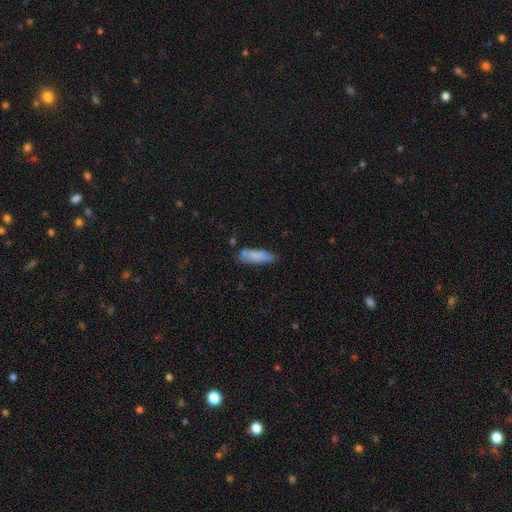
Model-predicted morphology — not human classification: This appears to be a smooth galaxy with no disk features (82%) that is cigar-shaped (57%). Merging: none (68%).